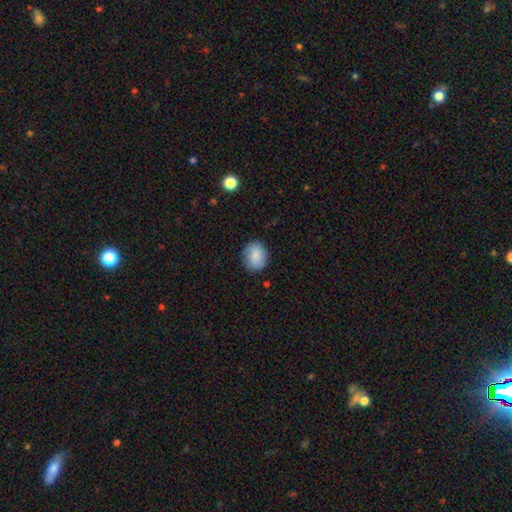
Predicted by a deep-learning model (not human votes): Smooth or featured? smooth (86%)
How rounded? round (54%)
Merging? none (83%)